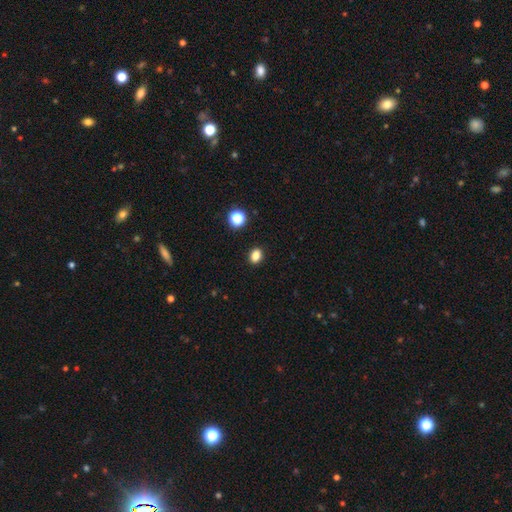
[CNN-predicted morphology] The model was most divided on "how rounded": in between: 65%, round: 34%, cigar-shaped: 1%. More confident: merging — none (90%); smooth or featured — smooth (83%).